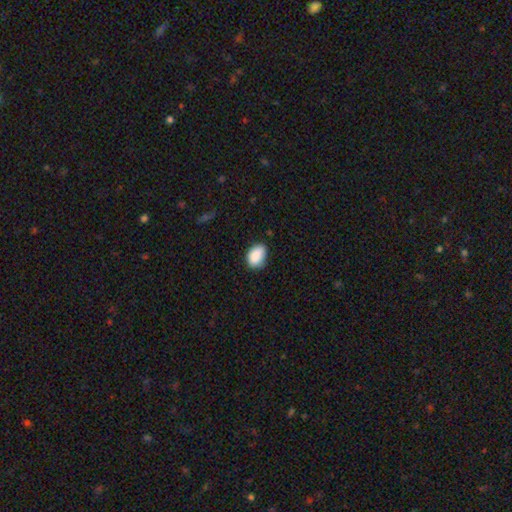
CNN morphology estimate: Overall: smooth (89%). How rounded: in between (83%). Merging: none (73%).